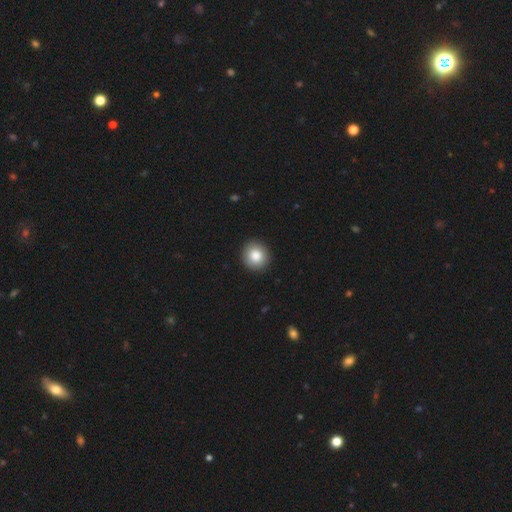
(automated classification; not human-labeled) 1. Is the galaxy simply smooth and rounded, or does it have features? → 85% smooth, 8% star or artifact, 7% featured or disk.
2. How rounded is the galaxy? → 91% round, 8% in between, 1% cigar-shaped.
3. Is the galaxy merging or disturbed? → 92% none, 5% minor disturbance, 2% major disturbance, 1% merger.